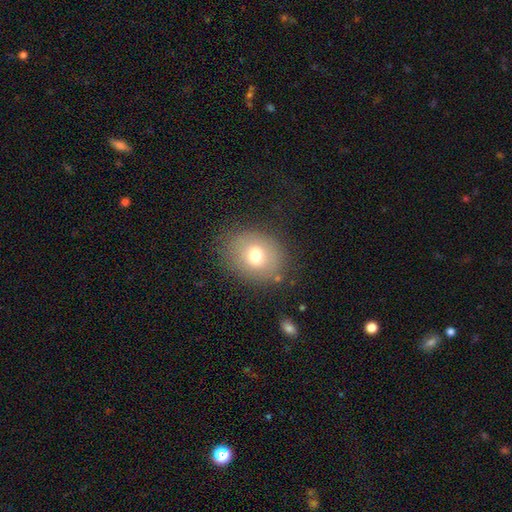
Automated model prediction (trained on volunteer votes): Morphology: type=smooth (72%); roundness=round (56%); merging=none (78%).